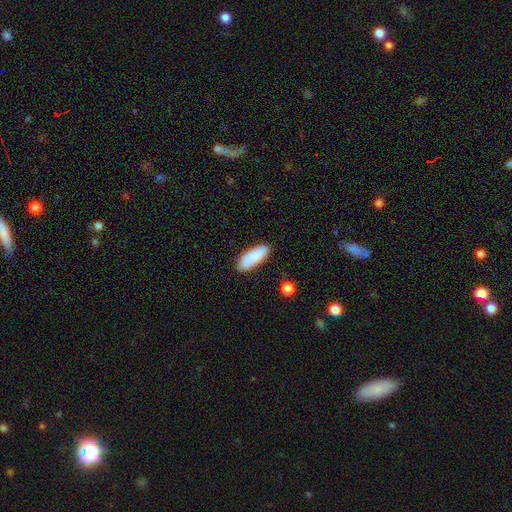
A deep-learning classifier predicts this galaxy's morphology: smooth 86%, featured or disk 8%, star or artifact 6%. Down the decision tree: how rounded — in between (70%); merging — none (82%).